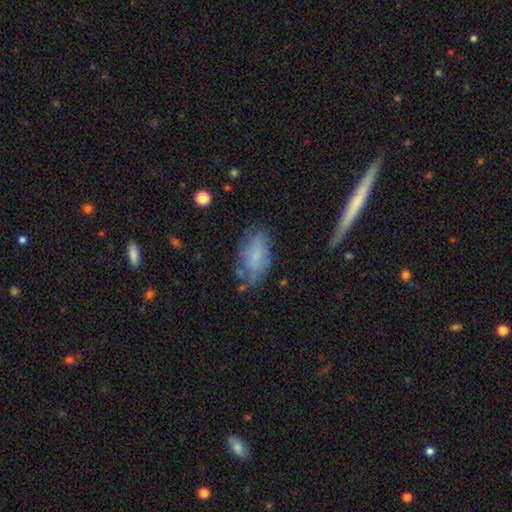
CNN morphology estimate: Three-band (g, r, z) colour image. It shows a smooth galaxy with no disk features (58%) that is in between round and cigar-shaped (89%). Merging: none (55%).